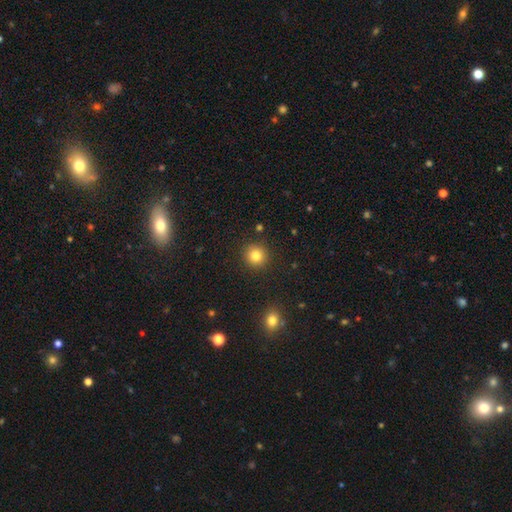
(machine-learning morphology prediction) Smooth or featured: smooth — 82% (star or artifact — 12%)
How rounded: round — 93% (in between — 7%)
Merging: none — 91% (minor disturbance — 6%)